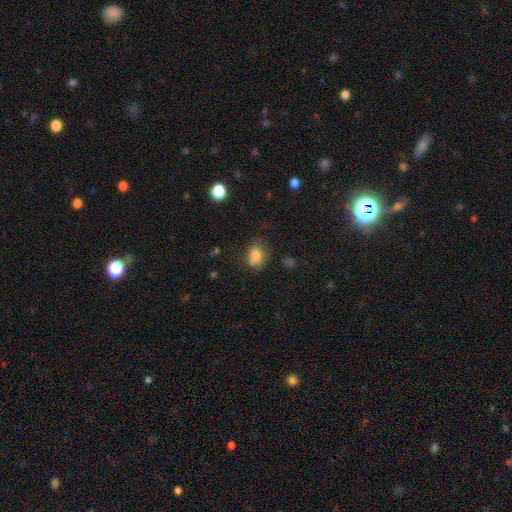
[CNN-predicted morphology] Smooth or featured? smooth (82%)
How rounded? in between (71%)
Merging? none (63%)